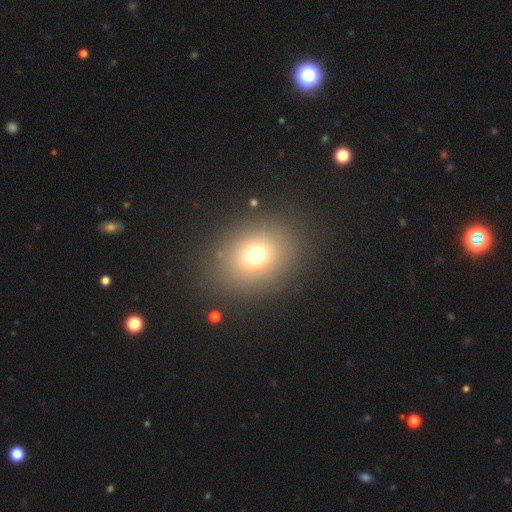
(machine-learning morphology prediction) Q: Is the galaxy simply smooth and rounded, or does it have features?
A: smooth — 72%.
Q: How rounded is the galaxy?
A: round — 54%.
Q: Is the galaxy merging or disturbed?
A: none — 85%.